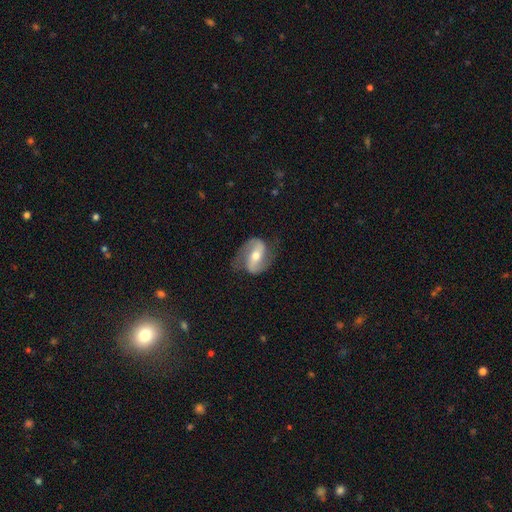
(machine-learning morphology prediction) featured or disk 84%, smooth 11%, star or artifact 5%. Down the decision tree: edge-on disk — no (96%); bar — strong (40%); spiral arms — yes (95%); spiral arm count — 2 (92%); spiral winding — medium (45%); bulge size — moderate (65%); merging — none (75%).